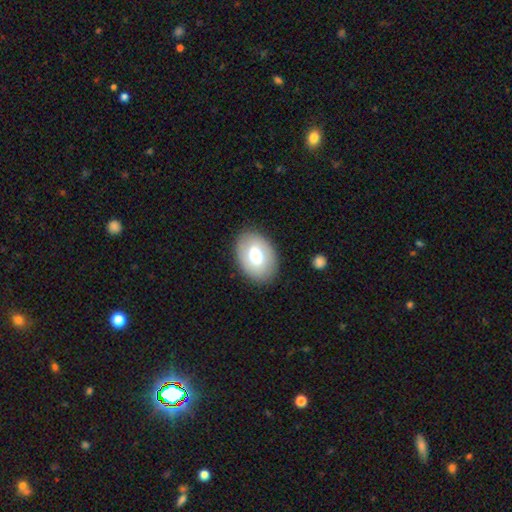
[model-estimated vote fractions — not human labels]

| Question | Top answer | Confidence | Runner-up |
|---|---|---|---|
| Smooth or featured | smooth | 67% | featured or disk (26%) |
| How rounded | in between | 78% | round (21%) |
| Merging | none | 86% | minor disturbance (9%) |